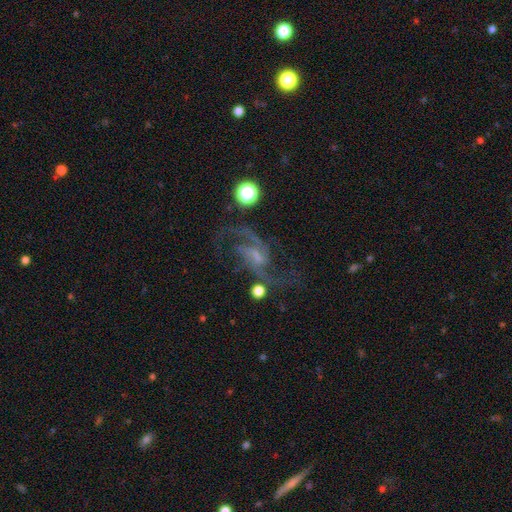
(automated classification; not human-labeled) smooth-or-featured: featured or disk: 83% | star or artifact: 10% | smooth: 7%
  disk-edge-on: no: 97% | yes: 3%
    bar: weak: 50% | no: 30% | strong: 20%
    has-spiral-arms: yes: 94% | no: 6%
      spiral-winding: loose: 52% | medium: 39% | tight: 8%
      spiral-arm-count: 2: 80% | can't tell: 6% | 3: 5% | 1: 4% | 4: 2% | more than 4: 2%
    bulge-size: small: 44% | none: 34% | moderate: 18% | large: 3% | dominant: 1%
  merging: none: 54% | major disturbance: 24% | minor disturbance: 17% | merger: 6%